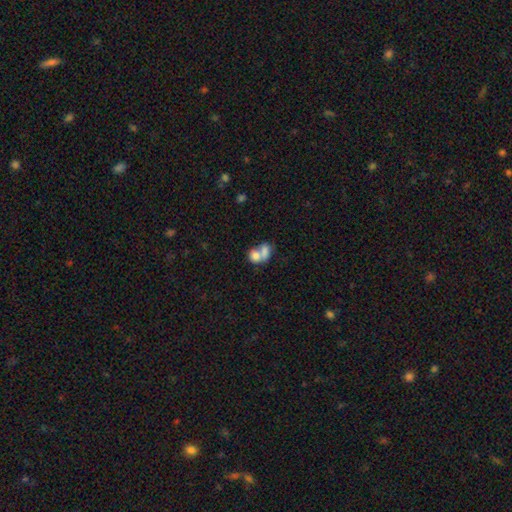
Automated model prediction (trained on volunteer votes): A smooth galaxy with no disk features (75%) that is in between round and cigar-shaped (58%).

Vote fractions:
- Smooth or featured? smooth: 75% / featured or disk: 17% / star or artifact: 8%
- How rounded? in between: 58% / round: 40% / cigar-shaped: 1%
- Merging? merger: 72% / none: 17% / minor disturbance: 6% / major disturbance: 5%